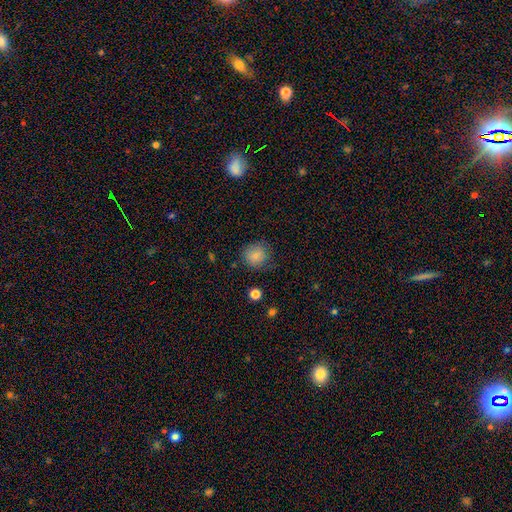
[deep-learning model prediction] Morphology: type=smooth (82%); roundness=round (89%); merging=none (77%).